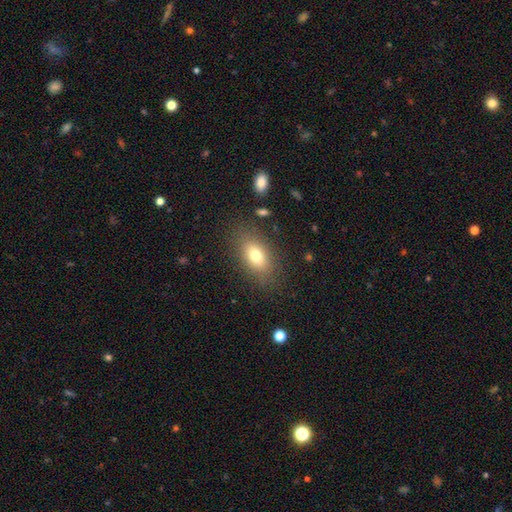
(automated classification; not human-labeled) Q: Smooth or featured?
A: smooth (75%); runner-up: featured or disk (15%)
Q: How rounded?
A: in between (84%); runner-up: round (12%)
Q: Merging?
A: none (82%); runner-up: minor disturbance (11%)